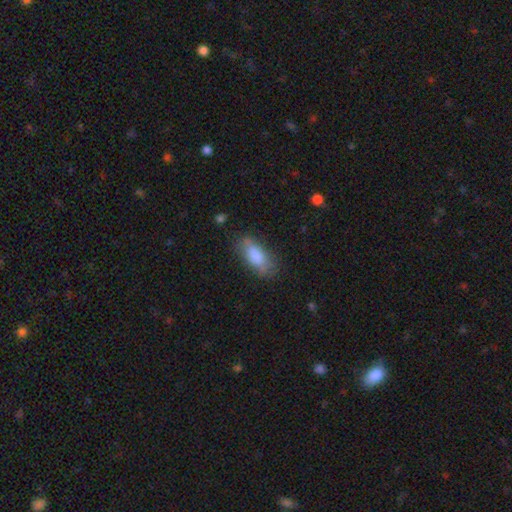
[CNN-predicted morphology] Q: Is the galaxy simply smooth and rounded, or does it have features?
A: smooth — 82%.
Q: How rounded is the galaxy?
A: in between — 82%.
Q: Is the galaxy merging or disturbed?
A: none — 66%.